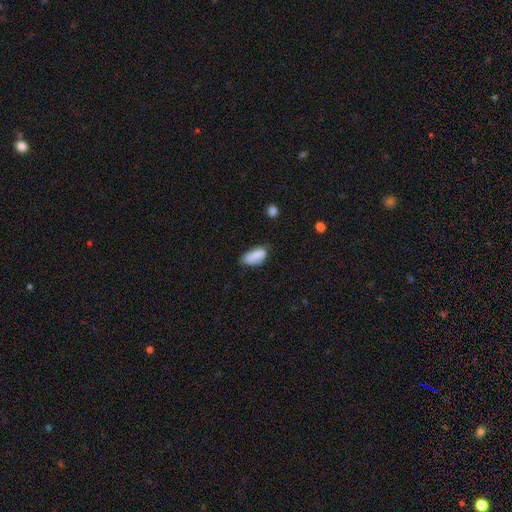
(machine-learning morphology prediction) This is likely a smooth galaxy (74%). How rounded: clearly in between (85%). Merging: possibly none (47%).